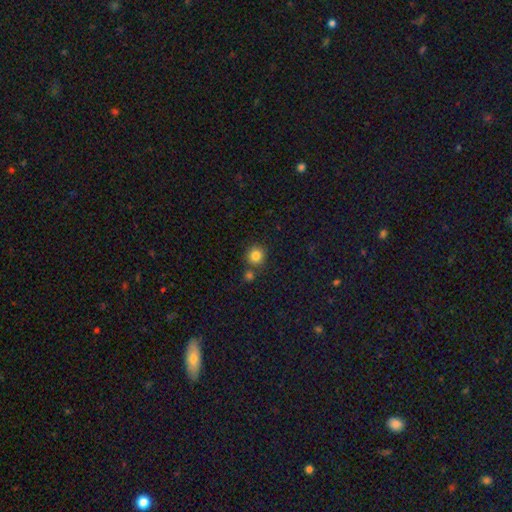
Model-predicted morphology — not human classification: Smooth or featured: smooth — 83% (star or artifact — 11%)
How rounded: round — 91% (in between — 8%)
Merging: none — 75% (merger — 14%)